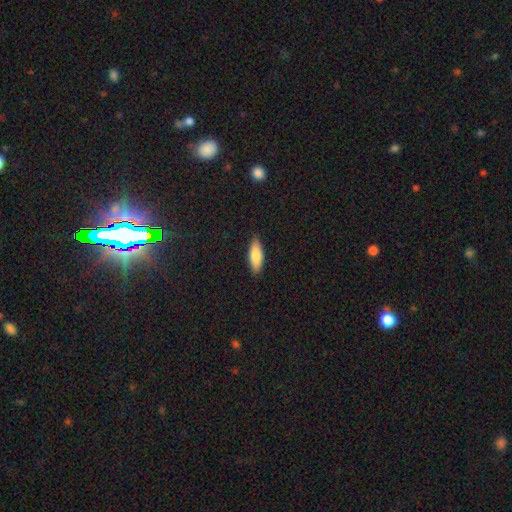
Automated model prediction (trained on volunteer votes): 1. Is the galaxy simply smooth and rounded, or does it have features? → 82% smooth, 12% featured or disk, 6% star or artifact.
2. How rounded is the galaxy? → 64% in between, 34% cigar-shaped, 2% round.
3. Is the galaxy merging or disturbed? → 87% none, 10% minor disturbance, 2% major disturbance, 1% merger.